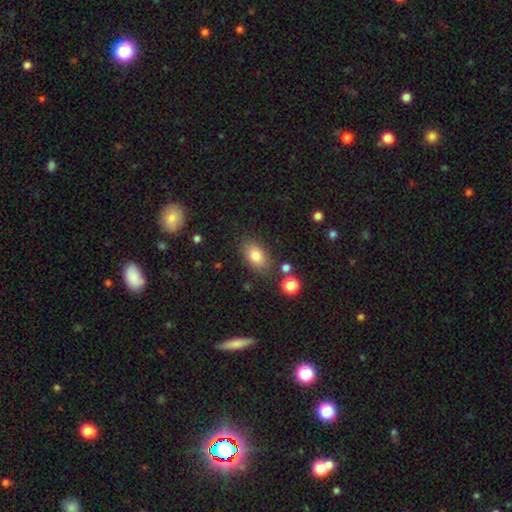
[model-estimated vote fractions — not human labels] Smooth or featured: smooth — 82% (featured or disk — 10%)
How rounded: in between — 88% (round — 10%)
Merging: none — 78% (minor disturbance — 13%)